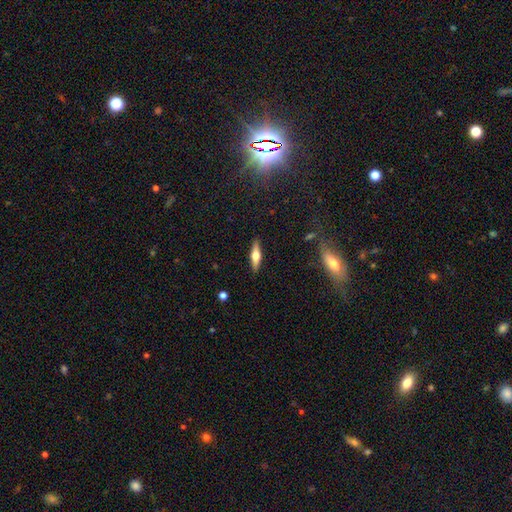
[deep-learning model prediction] Smooth or featured? Predicted: featured or disk (p=0.51). Edge-on disk? Predicted: yes (p=0.94). Merging? Predicted: none (p=0.90).